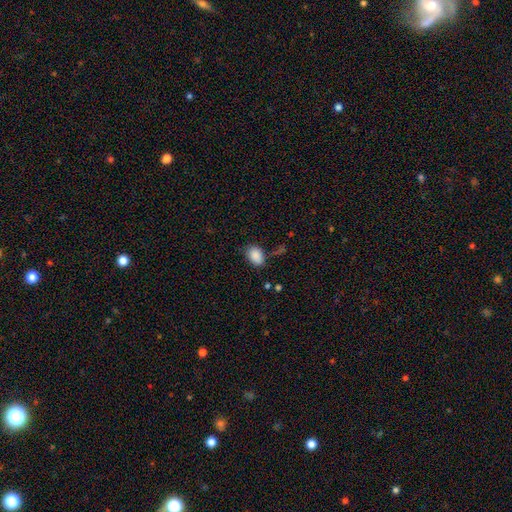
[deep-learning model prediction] Morphology: type=smooth (87%); roundness=in between (80%); merging=none (70%).